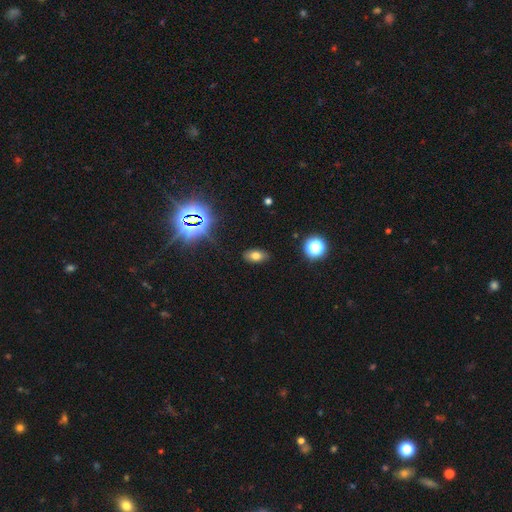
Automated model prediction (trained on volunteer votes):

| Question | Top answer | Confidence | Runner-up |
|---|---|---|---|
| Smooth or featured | smooth | 69% | star or artifact (20%) |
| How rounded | in between | 89% | round (8%) |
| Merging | none | 86% | minor disturbance (10%) |